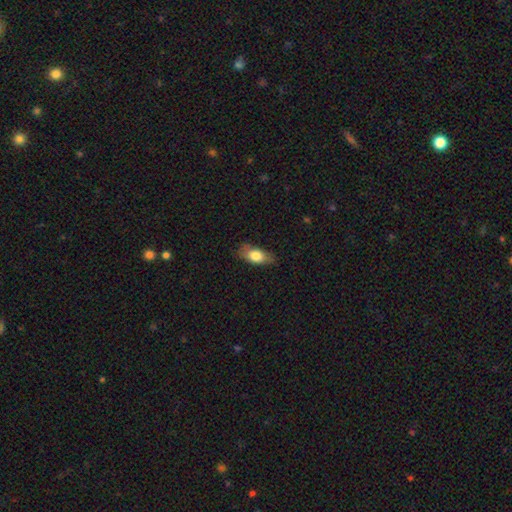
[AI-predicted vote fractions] A smooth galaxy with no disk features (76%) that is in between round and cigar-shaped (84%). Merging: none (72%).